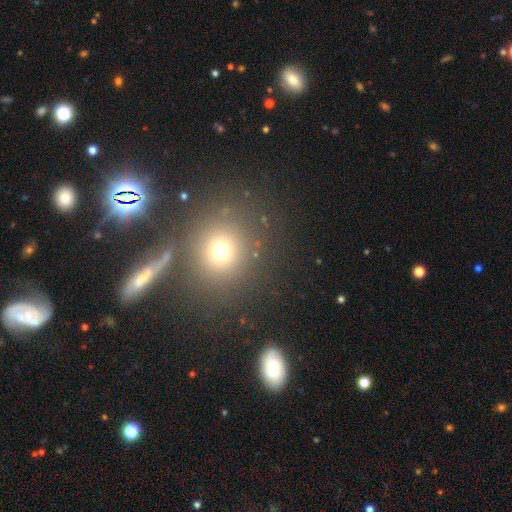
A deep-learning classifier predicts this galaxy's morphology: The model was most divided on "smooth or featured": smooth: 52%, star or artifact: 32%, featured or disk: 16%. More confident: how rounded — round (82%); merging — none (76%).